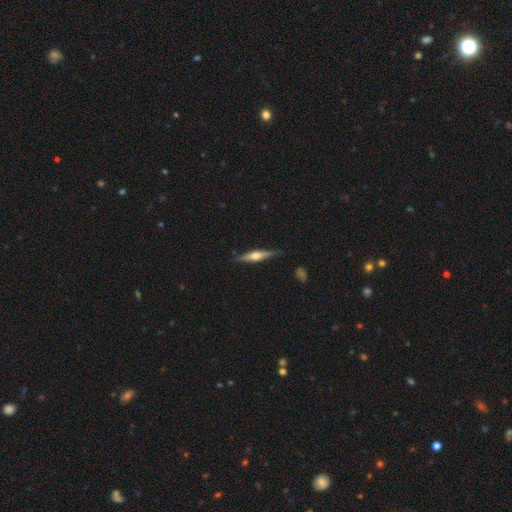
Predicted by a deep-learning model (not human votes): A featured or disk galaxy (64%) viewed edge-on (97%) with a rounded central bulge (92%).

Vote fractions:
- Smooth or featured? featured or disk: 64% / smooth: 31% / star or artifact: 6%
- Edge-on disk? yes: 97% / no: 3%
- Edge-on bulge? rounded: 92% / boxy: 5% / none: 4%
- Merging? none: 85% / minor disturbance: 11% / major disturbance: 2% / merger: 1%